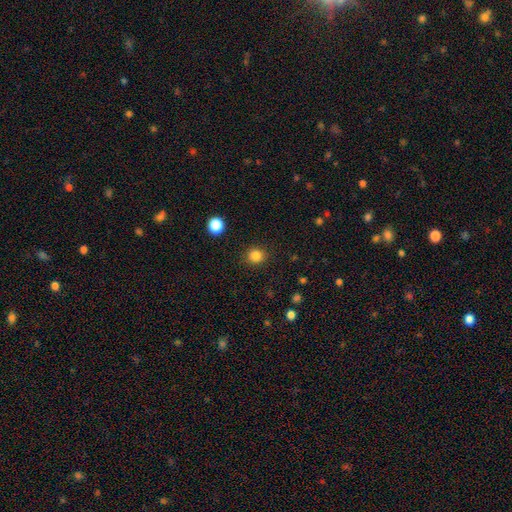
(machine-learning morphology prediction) smooth 84%, star or artifact 12%, featured or disk 4%. Down the decision tree: how rounded — round (87%); merging — none (90%).